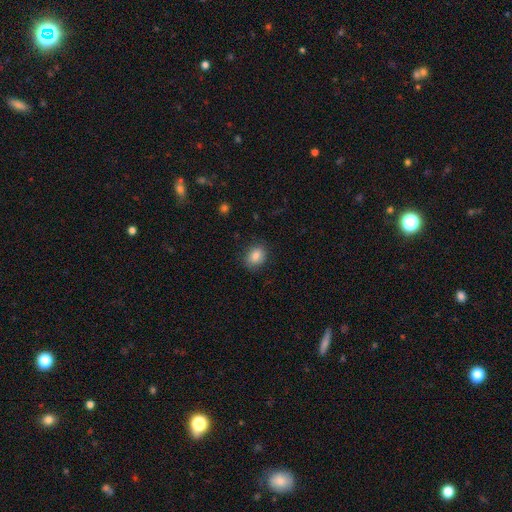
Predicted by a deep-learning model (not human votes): This is clearly a smooth galaxy (84%). How rounded: possibly in between (57%). Merging: clearly none (84%).